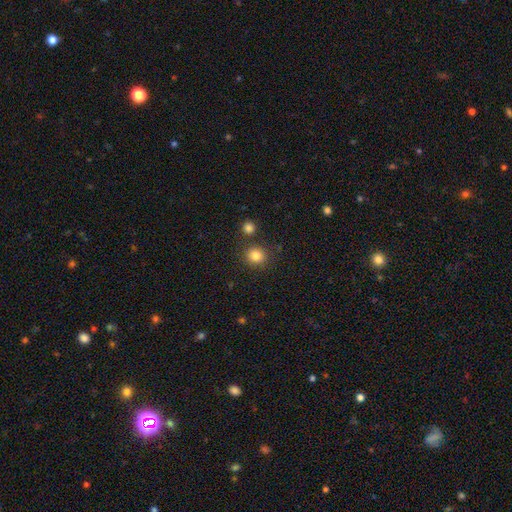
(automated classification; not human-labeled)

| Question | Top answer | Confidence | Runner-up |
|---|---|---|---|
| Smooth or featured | smooth | 83% | star or artifact (12%) |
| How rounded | round | 85% | in between (14%) |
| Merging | none | 81% | minor disturbance (9%) |